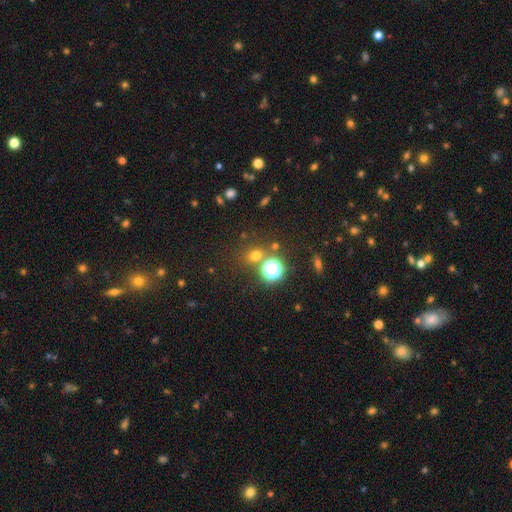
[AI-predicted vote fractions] smooth_or_featured: smooth (p=0.62) [alt: star or artifact p=0.31]
how_rounded: round (p=0.77) [alt: in between p=0.21]
merging: none (p=0.77) [alt: merger p=0.10]